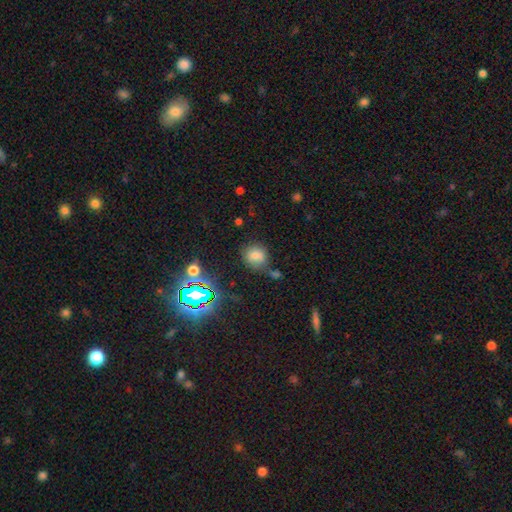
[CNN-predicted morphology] This appears to be a smooth galaxy with no disk features (72%) that is round (78%). Merging: none (66%).